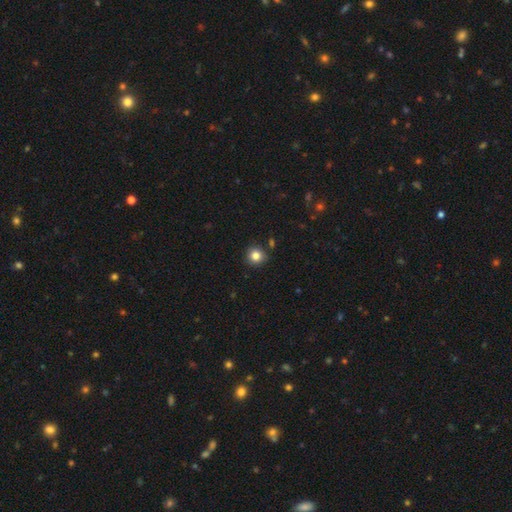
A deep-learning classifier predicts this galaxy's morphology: A smooth galaxy with no disk features (84%) that is round (90%).

Vote fractions:
- Smooth or featured? smooth: 84% / star or artifact: 11% / featured or disk: 5%
- How rounded? round: 90% / in between: 9% / cigar-shaped: 1%
- Merging? none: 86% / minor disturbance: 9% / merger: 3% / major disturbance: 2%